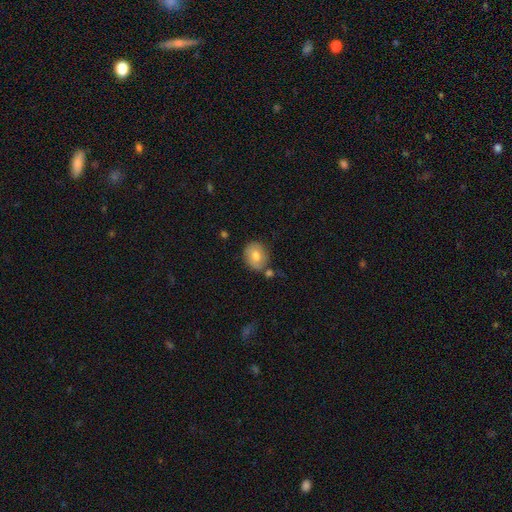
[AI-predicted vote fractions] A smooth galaxy with no disk features (73%) that is round (52%). Merging: none (69%).